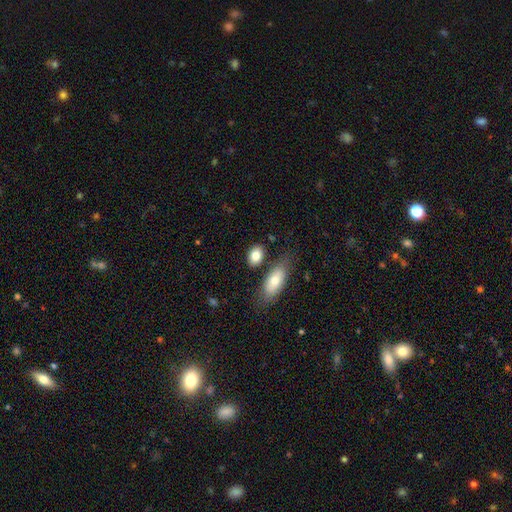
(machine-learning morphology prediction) Smooth or featured? smooth (82%)
How rounded? in between (78%)
Merging? none (72%)